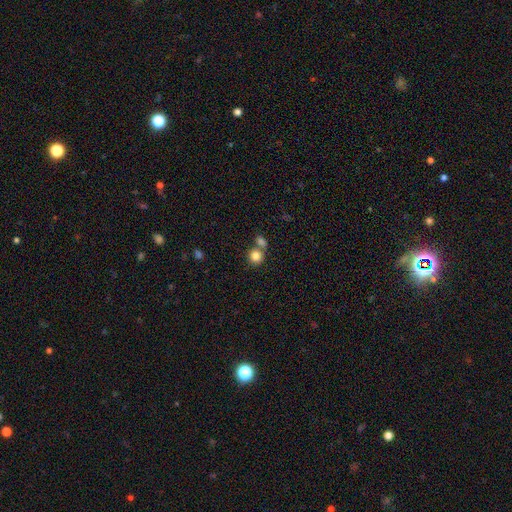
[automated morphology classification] A smooth galaxy with no disk features (83%) that is round (87%). Merging: none (54%).